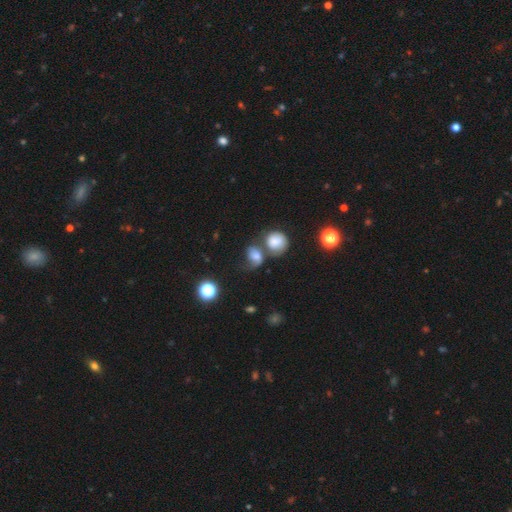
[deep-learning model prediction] This is likely a smooth galaxy (63%). How rounded: possibly round (54%). Merging: marginally merger (41%).